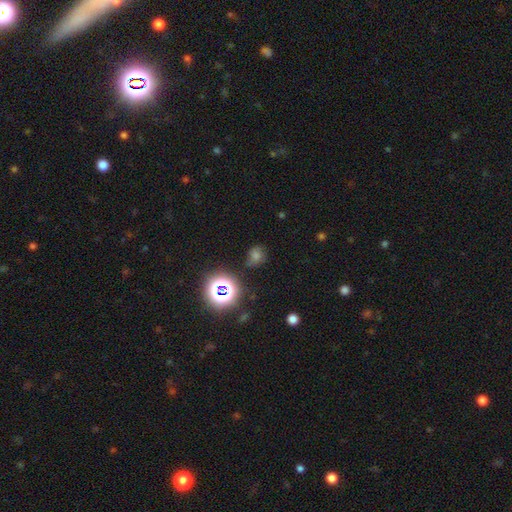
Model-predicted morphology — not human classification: Overall: smooth (45%, tied with star or artifact). Merging: none (79%).